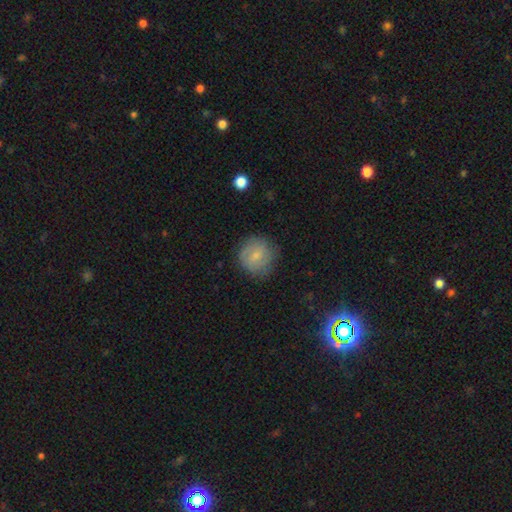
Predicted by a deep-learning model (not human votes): Smooth or featured? smooth (68%)
How rounded? round (88%)
Merging? none (76%)